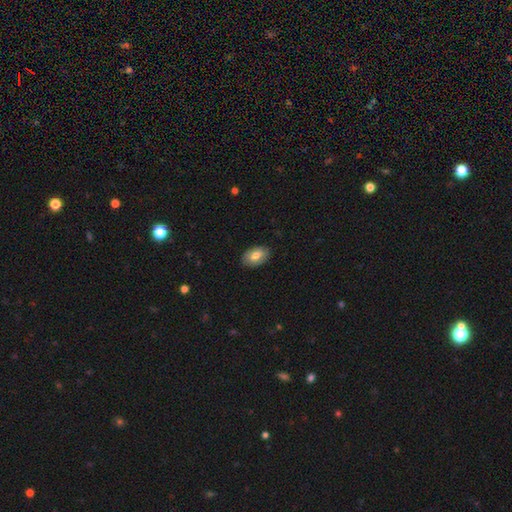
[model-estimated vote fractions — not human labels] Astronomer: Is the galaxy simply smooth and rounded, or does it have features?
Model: smooth — 77%.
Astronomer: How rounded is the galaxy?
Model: in between — 90%.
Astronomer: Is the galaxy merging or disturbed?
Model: none — 86%.